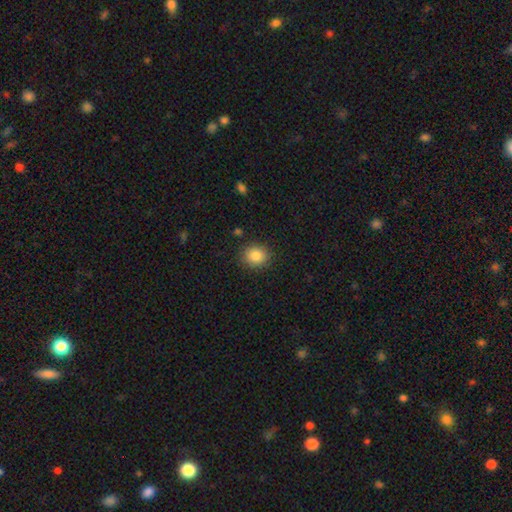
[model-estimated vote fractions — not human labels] smooth 85%, star or artifact 9%, featured or disk 6%. Down the decision tree: how rounded — round (73%); merging — none (88%).